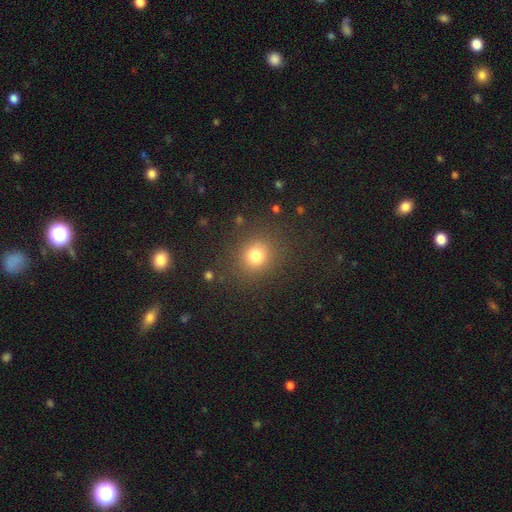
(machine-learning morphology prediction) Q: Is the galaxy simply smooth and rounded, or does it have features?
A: smooth — 78%.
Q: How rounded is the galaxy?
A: round — 83%.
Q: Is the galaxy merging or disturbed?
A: none — 85%.